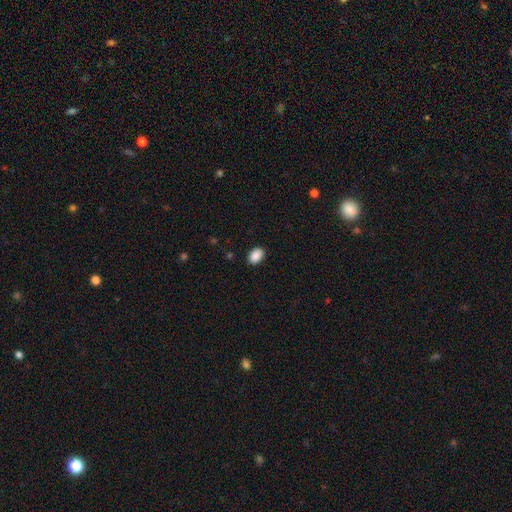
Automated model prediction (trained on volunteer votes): smooth_or_featured: smooth (p=0.90) [alt: star or artifact p=0.07]
how_rounded: in between (p=0.85) [alt: round p=0.14]
merging: none (p=0.89) [alt: minor disturbance p=0.09]